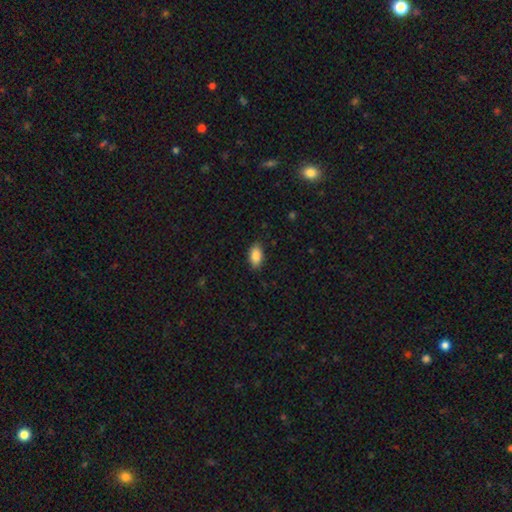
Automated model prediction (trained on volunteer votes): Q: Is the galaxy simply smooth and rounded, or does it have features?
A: smooth — 88%.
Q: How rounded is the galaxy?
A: in between — 93%.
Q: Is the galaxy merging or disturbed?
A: none — 87%.